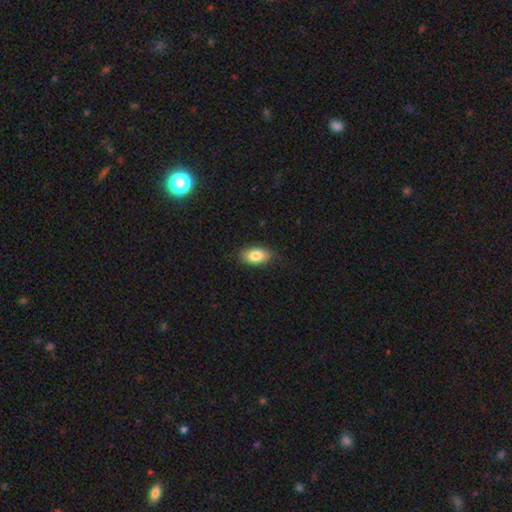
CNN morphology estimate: This is clearly a smooth galaxy (84%). How rounded: clearly in between (91%). Merging: clearly none (83%).